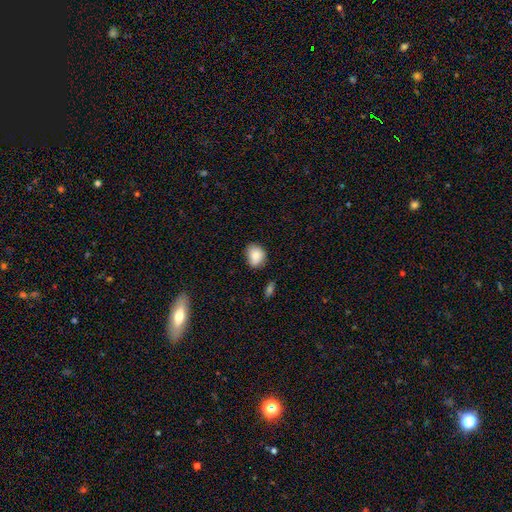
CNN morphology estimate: The model was most divided on "how rounded": round: 58%, in between: 41%, cigar-shaped: 1%. More confident: smooth or featured — smooth (81%); merging — none (70%).